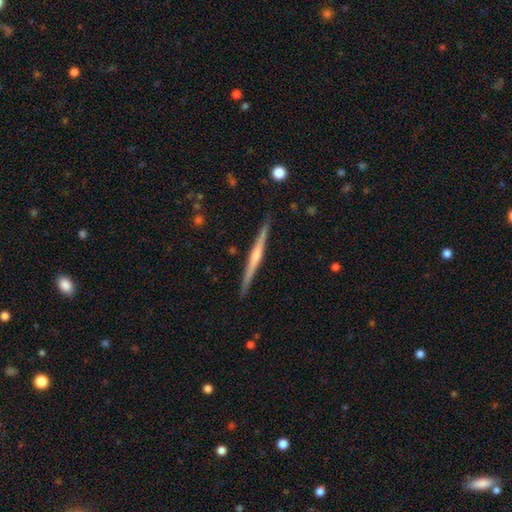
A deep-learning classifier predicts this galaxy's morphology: Q: Smooth or featured?
A: featured or disk (76%); runner-up: smooth (18%)
Q: Edge-on disk?
A: yes (98%); runner-up: no (2%)
Q: Edge-on bulge?
A: rounded (69%); runner-up: none (23%)
Q: Merging?
A: none (91%); runner-up: minor disturbance (7%)